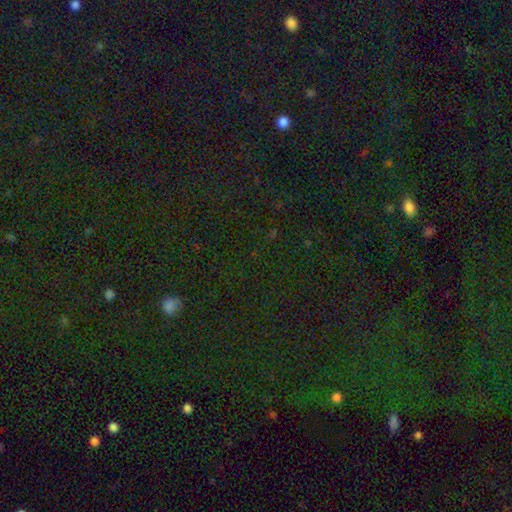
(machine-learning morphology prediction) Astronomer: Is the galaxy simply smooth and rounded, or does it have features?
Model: star or artifact — 76%.